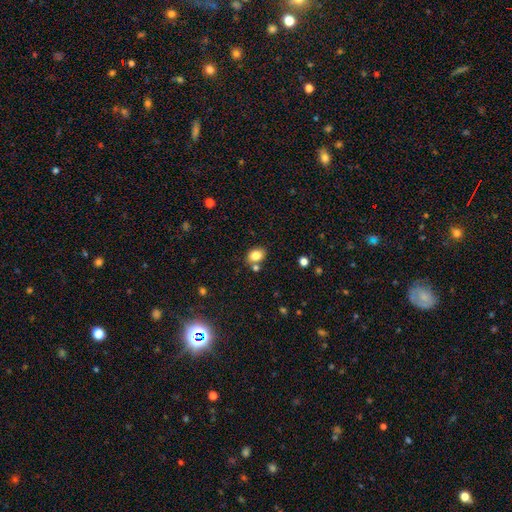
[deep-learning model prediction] Smooth or featured? smooth (83%)
How rounded? in between (63%)
Merging? none (70%)